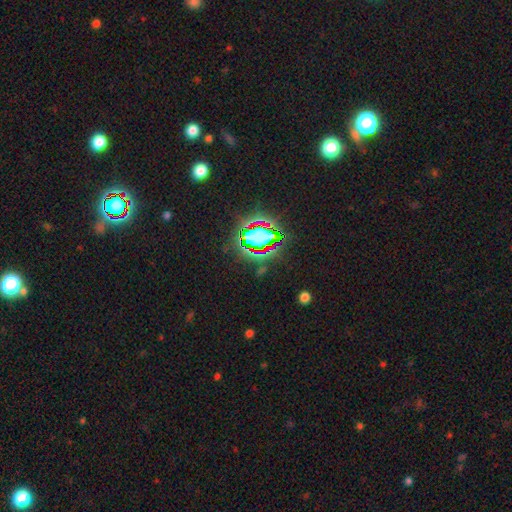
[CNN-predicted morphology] smooth_or_featured: star or artifact (p=0.82) [alt: smooth p=0.10]